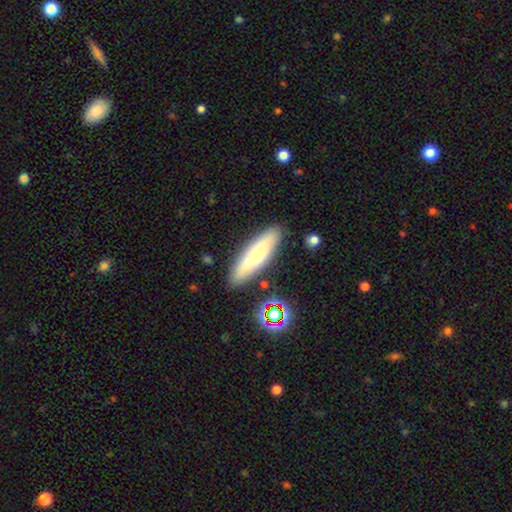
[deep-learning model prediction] A smooth galaxy with no disk features (64%) that is cigar-shaped (67%).

Vote fractions:
- Smooth or featured? smooth: 64% / featured or disk: 27% / star or artifact: 9%
- How rounded? cigar-shaped: 67% / in between: 31% / round: 2%
- Merging? none: 83% / minor disturbance: 11% / merger: 3% / major disturbance: 3%